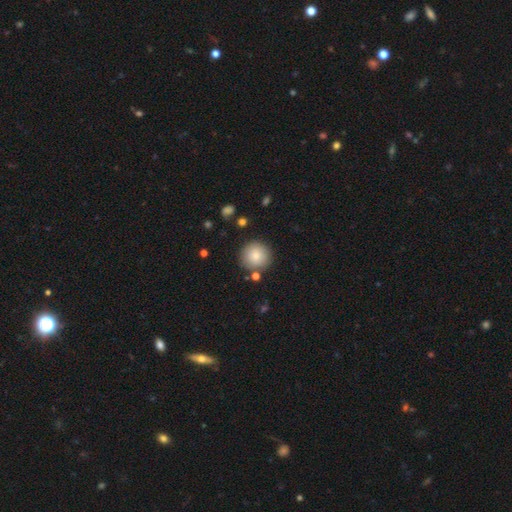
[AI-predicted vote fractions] Overall: smooth (83%). How rounded: round (95%). Merging: none (86%).